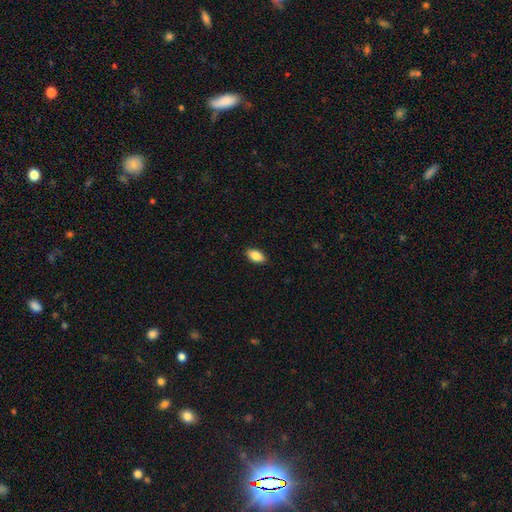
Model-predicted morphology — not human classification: Smooth or featured: smooth — 87% (star or artifact — 7%)
How rounded: in between — 92% (cigar-shaped — 4%)
Merging: none — 89% (minor disturbance — 8%)